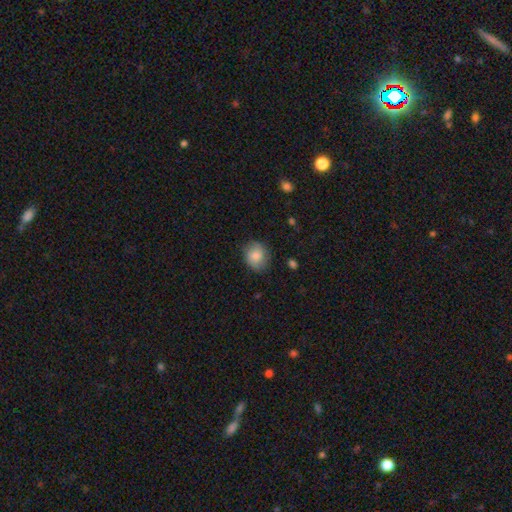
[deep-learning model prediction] Smooth or featured? Predicted: smooth (p=0.80). How rounded? Predicted: round (p=0.66). Merging? Predicted: none (p=0.79).